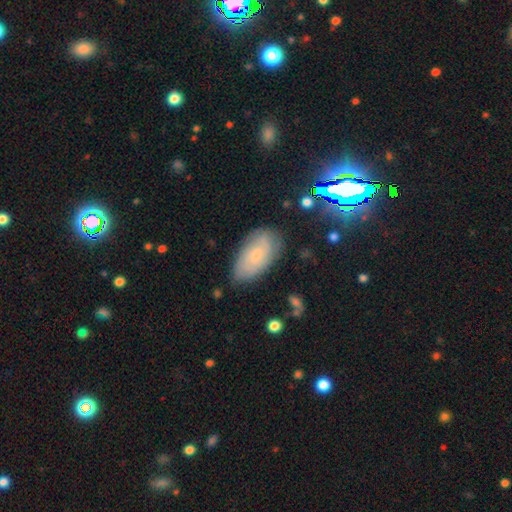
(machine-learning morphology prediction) Q: Smooth or featured?
A: smooth (53%); runner-up: featured or disk (36%)
Q: How rounded?
A: in between (92%); runner-up: cigar-shaped (4%)
Q: Merging?
A: none (73%); runner-up: minor disturbance (20%)